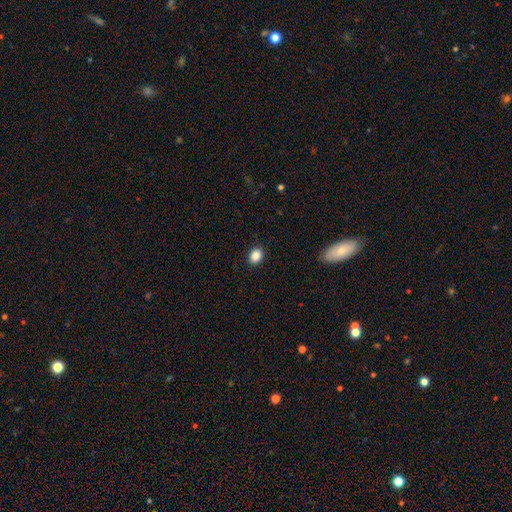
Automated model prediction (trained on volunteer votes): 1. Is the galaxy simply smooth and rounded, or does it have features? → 87% smooth, 9% star or artifact, 4% featured or disk.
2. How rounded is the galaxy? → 61% in between, 38% round, 1% cigar-shaped.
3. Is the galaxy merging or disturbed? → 89% none, 8% minor disturbance, 2% major disturbance, 1% merger.